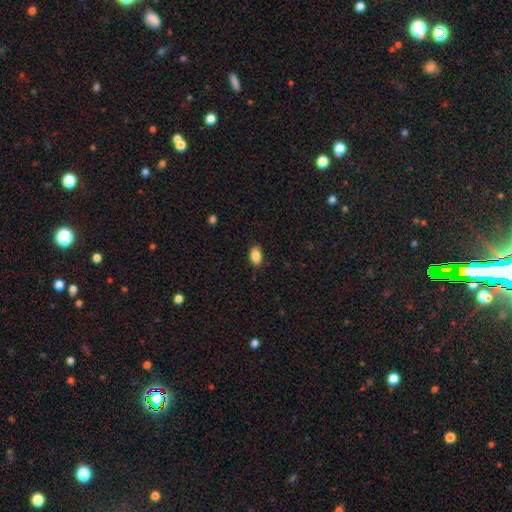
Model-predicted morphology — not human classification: Smooth or featured: smooth — 87% (star or artifact — 8%)
How rounded: in between — 91% (round — 7%)
Merging: none — 85% (minor disturbance — 11%)